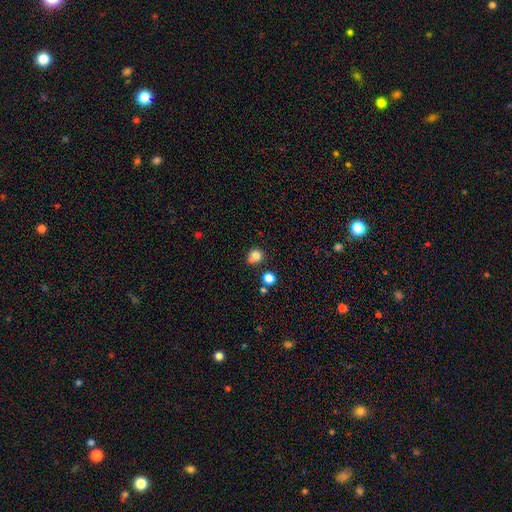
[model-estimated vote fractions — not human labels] A smooth galaxy with no disk features (79%) that is round (87%).

Vote fractions:
- Smooth or featured? smooth: 79% / star or artifact: 13% / featured or disk: 8%
- How rounded? round: 87% / in between: 12% / cigar-shaped: 1%
- Merging? none: 64% / merger: 20% / minor disturbance: 13% / major disturbance: 4%